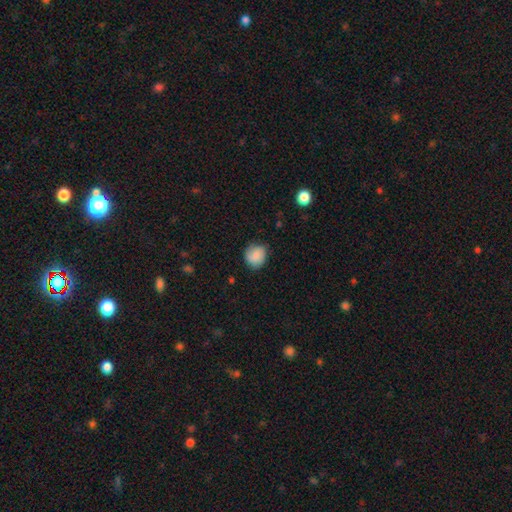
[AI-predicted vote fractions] Smooth or featured: smooth — 82% (featured or disk — 10%)
How rounded: round — 76% (in between — 24%)
Merging: none — 72% (minor disturbance — 22%)